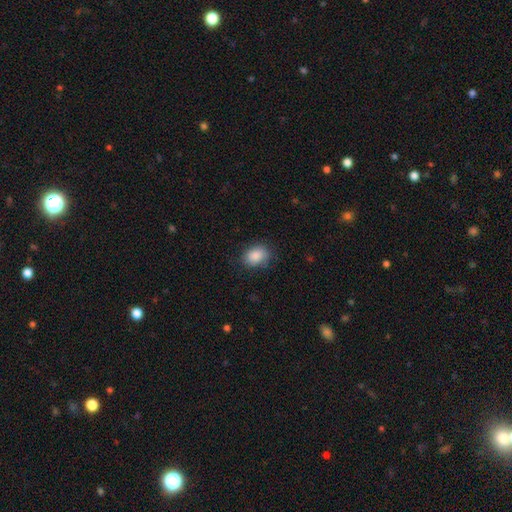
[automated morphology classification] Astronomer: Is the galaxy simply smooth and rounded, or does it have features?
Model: smooth — 87%.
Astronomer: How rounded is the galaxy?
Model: in between — 69%.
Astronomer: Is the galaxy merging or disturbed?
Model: none — 80%.